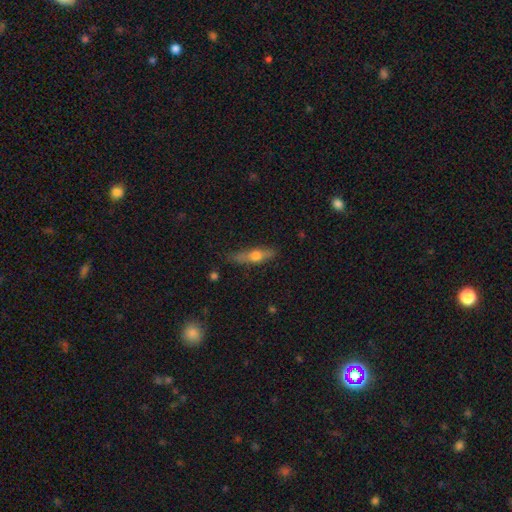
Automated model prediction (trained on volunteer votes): This is possibly a featured or disk galaxy (54%). It is clearly viewed edge-on (91%). Merging: clearly none (82%).